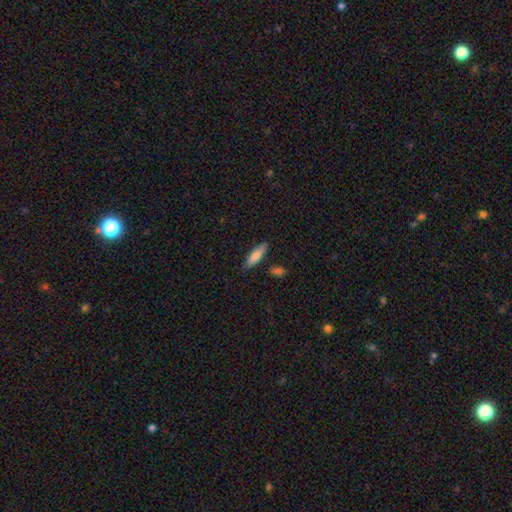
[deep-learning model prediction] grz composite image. It shows a smooth galaxy with no disk features (80%) that is cigar-shaped (55%). Merging: none (80%).